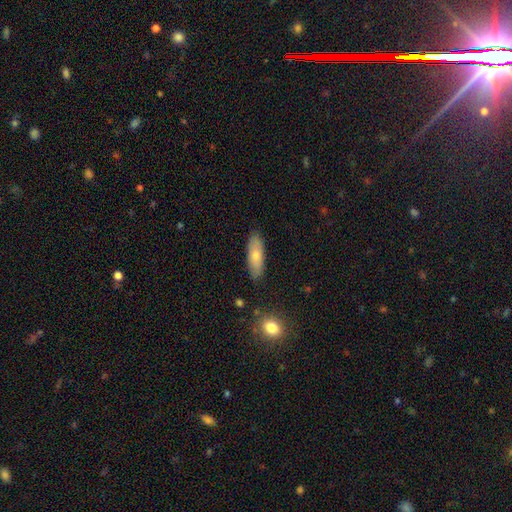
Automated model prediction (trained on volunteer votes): Smooth or featured? smooth (71%)
How rounded? in between (60%)
Merging? none (85%)